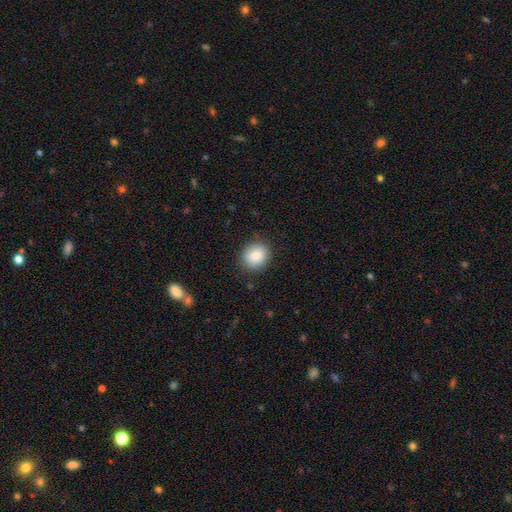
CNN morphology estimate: type=smooth (86%); roundness=round (73%); merging=none (87%).